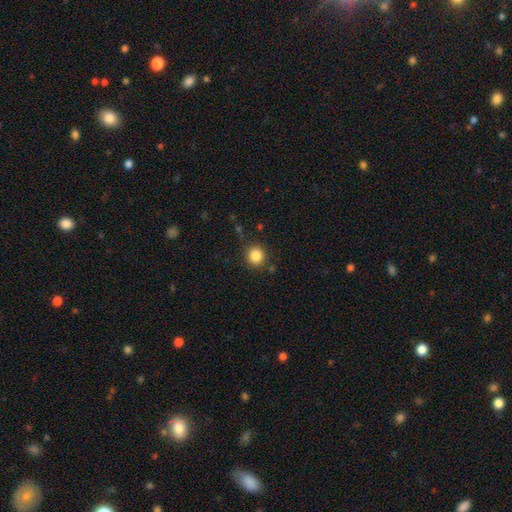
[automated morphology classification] Smooth or featured?
  - smooth: 85% *
  - star or artifact: 11%
  - featured or disk: 4%
How rounded?
  - round: 89% *
  - in between: 10%
  - cigar-shaped: 1%
Merging?
  - none: 85% *
  - minor disturbance: 9%
  - major disturbance: 3%
  - merger: 3%